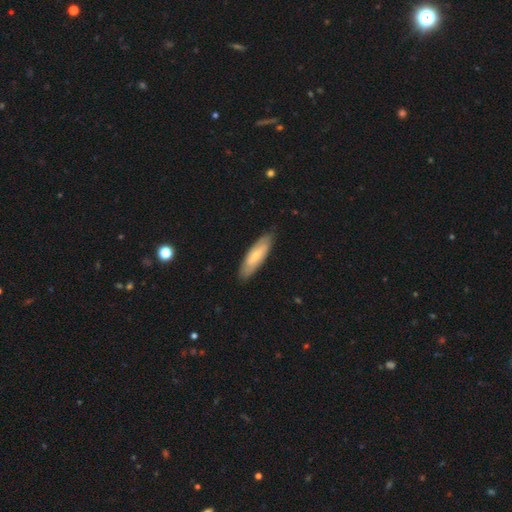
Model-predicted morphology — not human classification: This appears to be a smooth galaxy with no disk features (54%) that is in between round and cigar-shaped (51%). Merging: none (85%).